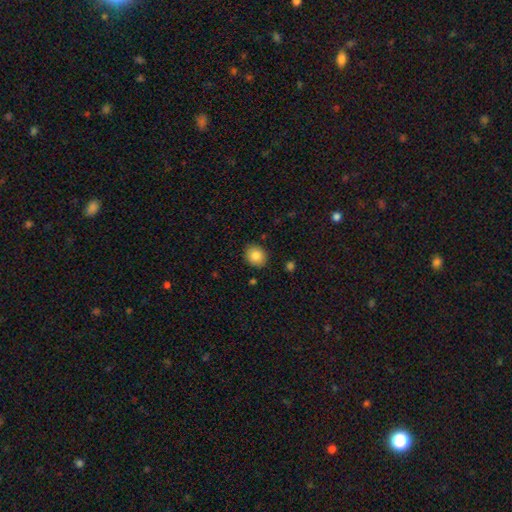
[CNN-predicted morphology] A smooth galaxy with no disk features (86%) that is round (72%). Merging: none (88%).